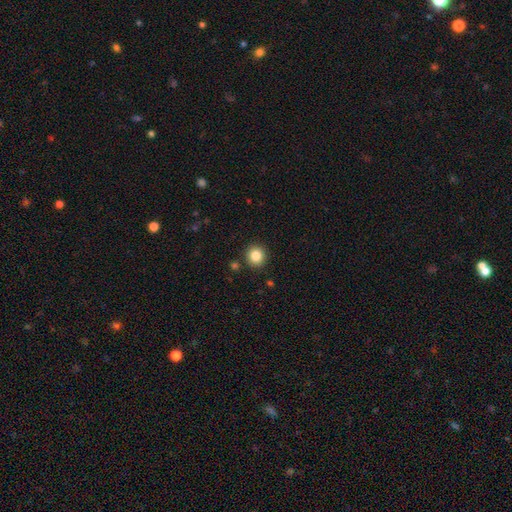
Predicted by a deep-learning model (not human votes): The model was most divided on "smooth or featured": smooth: 85%, star or artifact: 10%, featured or disk: 5%. More confident: how rounded — round (92%); merging — none (90%).